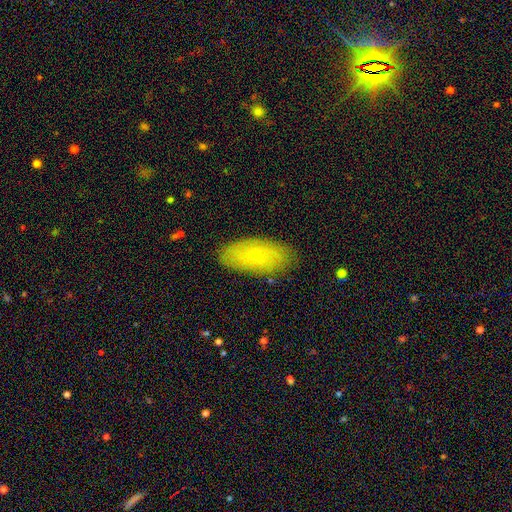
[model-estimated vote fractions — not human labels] Overall: smooth (61%; featured or disk 32%). How rounded: in between (90%). Merging: none (84%).